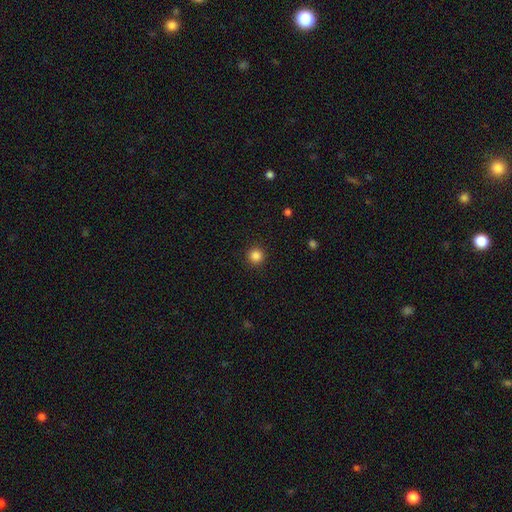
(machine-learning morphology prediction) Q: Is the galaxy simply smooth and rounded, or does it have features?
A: smooth — 85%.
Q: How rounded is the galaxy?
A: round — 95%.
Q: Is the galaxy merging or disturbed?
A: none — 92%.